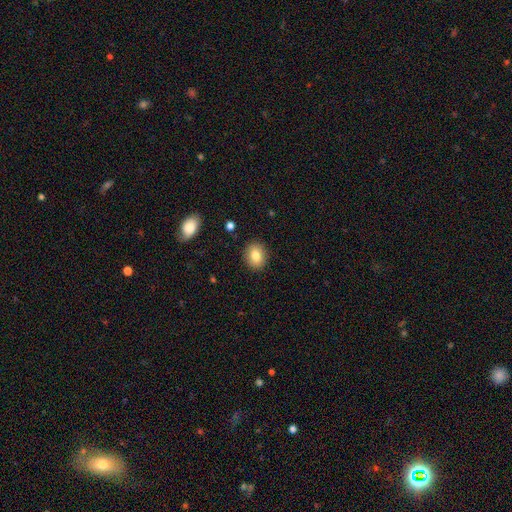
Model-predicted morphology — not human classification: smooth-or-featured: smooth: 82% | star or artifact: 9% | featured or disk: 9%
  how-rounded: round: 56% | in between: 43% | cigar-shaped: 1%
  merging: none: 89% | minor disturbance: 7% | major disturbance: 2% | merger: 1%